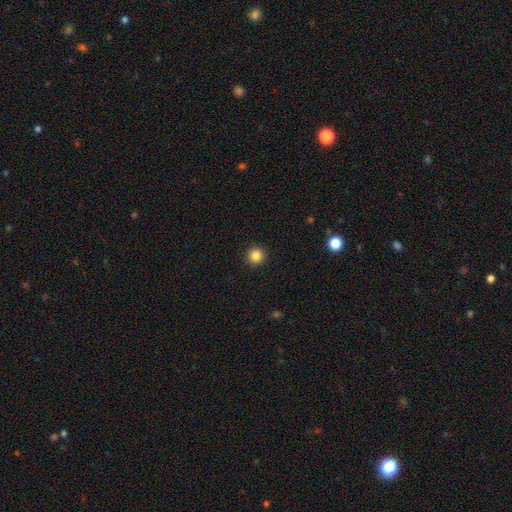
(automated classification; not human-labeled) This is clearly a smooth galaxy (85%). How rounded: clearly round (96%). Merging: clearly none (94%).